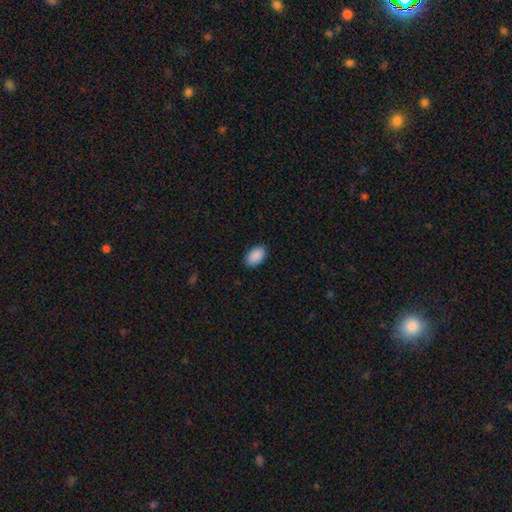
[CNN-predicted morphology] Smooth or featured? Predicted: smooth (p=0.91). How rounded? Predicted: in between (p=0.93). Merging? Predicted: none (p=0.88).